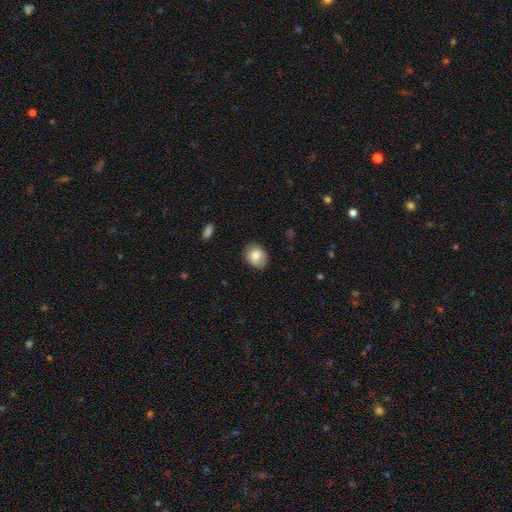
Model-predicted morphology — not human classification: This is likely a smooth galaxy (78%). How rounded: possibly round (50%). Merging: likely none (74%).